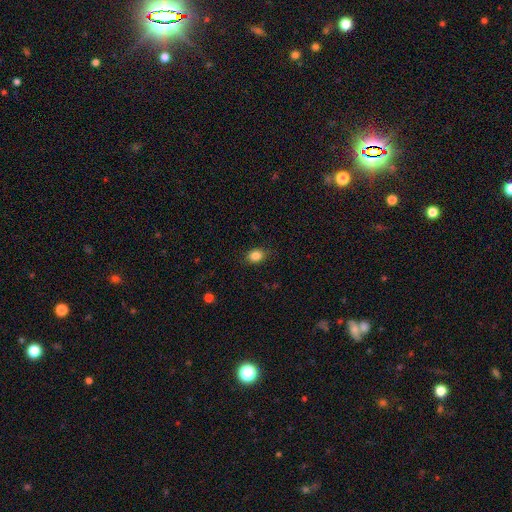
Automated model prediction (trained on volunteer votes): Q: Smooth or featured?
A: smooth (84%); runner-up: star or artifact (10%)
Q: How rounded?
A: in between (57%); runner-up: round (41%)
Q: Merging?
A: none (84%); runner-up: minor disturbance (13%)